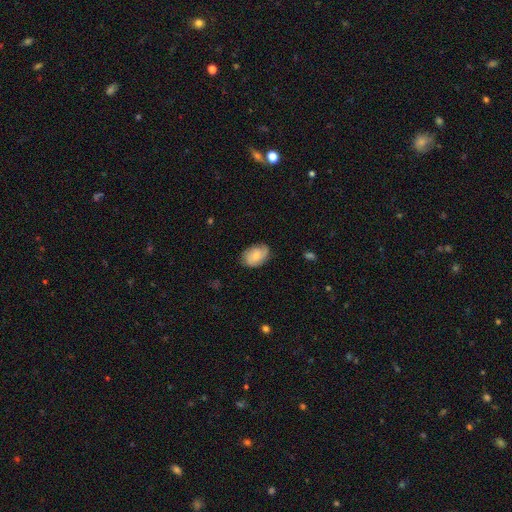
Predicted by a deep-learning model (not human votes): This appears to be a smooth galaxy with no disk features (59%) that is in between round and cigar-shaped (82%). Merging: none (68%).